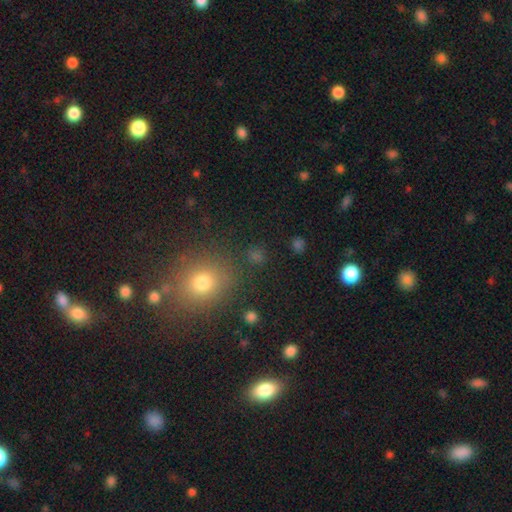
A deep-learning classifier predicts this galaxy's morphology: Smooth or featured?
  - smooth: 65% *
  - star or artifact: 28%
  - featured or disk: 7%
How rounded?
  - round: 82% *
  - in between: 16%
  - cigar-shaped: 2%
Merging?
  - none: 83% *
  - minor disturbance: 8%
  - merger: 5%
  - major disturbance: 4%